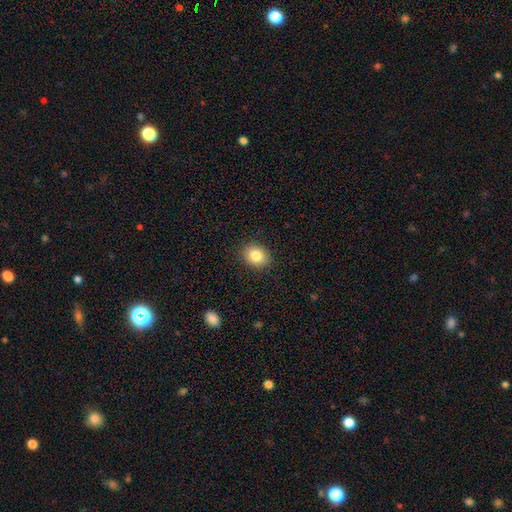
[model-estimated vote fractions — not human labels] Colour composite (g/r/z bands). It shows a smooth galaxy with no disk features (84%) that is in between round and cigar-shaped (52%). Merging: none (88%).